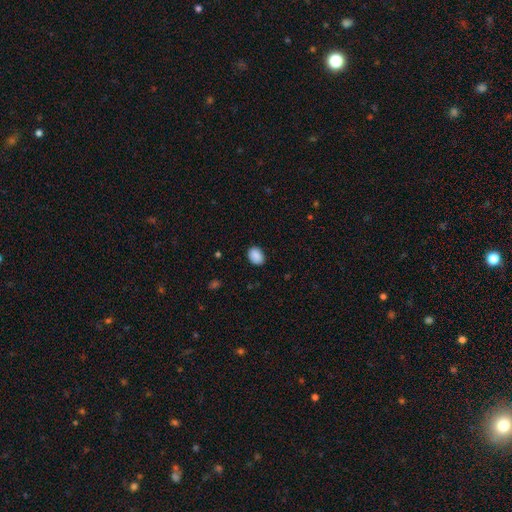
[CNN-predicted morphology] Smooth or featured? smooth (89%)
How rounded? in between (67%)
Merging? none (86%)